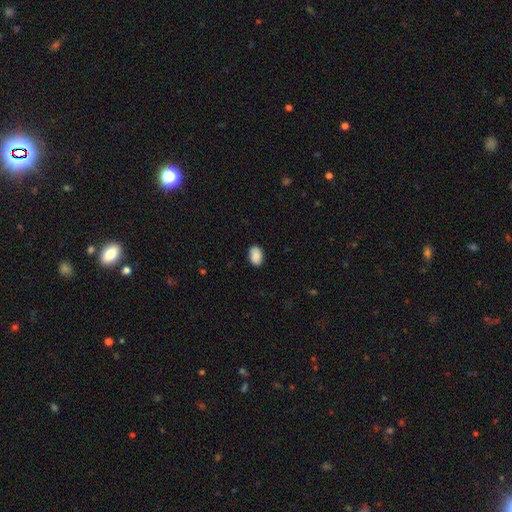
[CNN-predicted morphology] The model was most divided on "merging": none: 85%, minor disturbance: 11%, major disturbance: 2%, merger: 1%. More confident: smooth or featured — smooth (87%); how rounded — in between (87%).